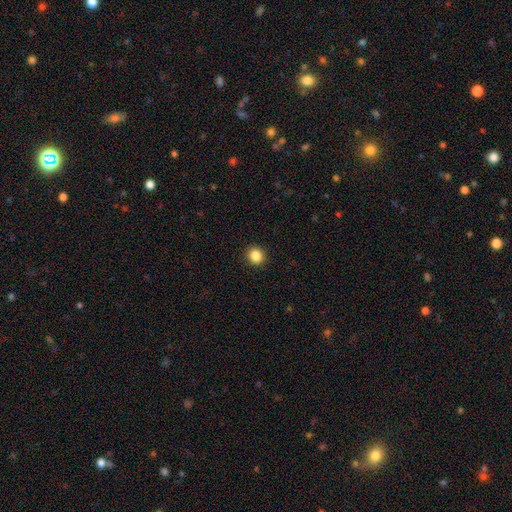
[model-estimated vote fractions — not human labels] This is clearly a smooth galaxy (86%). How rounded: clearly round (89%). Merging: clearly none (92%).